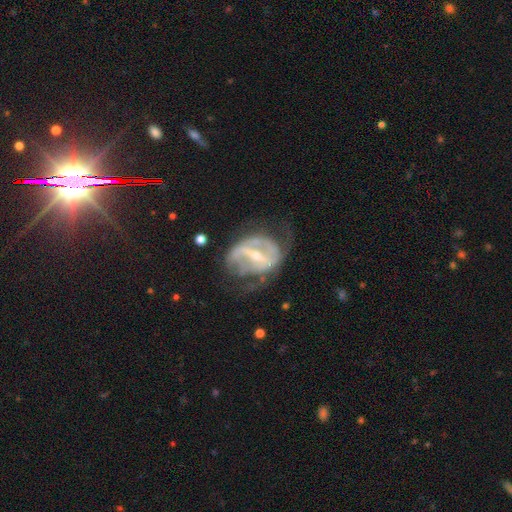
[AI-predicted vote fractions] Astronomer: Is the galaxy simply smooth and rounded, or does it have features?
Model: featured or disk — 83%.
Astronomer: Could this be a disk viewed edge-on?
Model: no — 95%.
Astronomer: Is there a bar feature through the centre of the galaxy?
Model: strong — 63%.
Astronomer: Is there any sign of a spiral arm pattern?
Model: yes — 70%.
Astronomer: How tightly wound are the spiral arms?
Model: medium — 41% (runner-up: loose, 32%).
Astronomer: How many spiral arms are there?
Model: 2 — 65%.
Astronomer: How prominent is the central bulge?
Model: small — 59% (runner-up: moderate, 37%).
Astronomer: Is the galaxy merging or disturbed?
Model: none — 44% (runner-up: major disturbance, 29%).